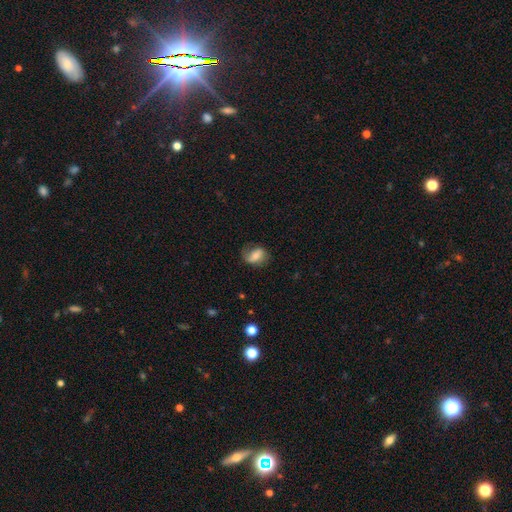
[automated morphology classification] Smooth or featured?
  - smooth: 58% *
  - featured or disk: 33%
  - star or artifact: 9%
How rounded?
  - in between: 69% *
  - round: 28%
  - cigar-shaped: 2%
Merging?
  - none: 62% *
  - minor disturbance: 25%
  - major disturbance: 12%
  - merger: 1%